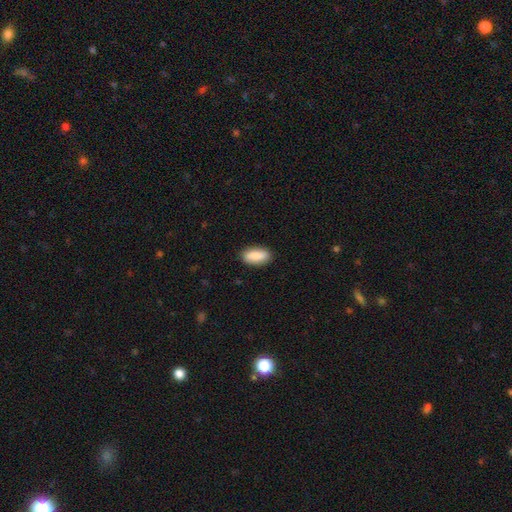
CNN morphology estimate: Smooth or featured? smooth (85%)
How rounded? in between (87%)
Merging? none (88%)